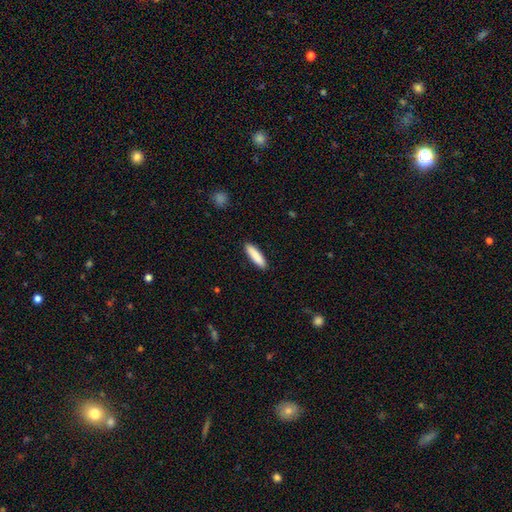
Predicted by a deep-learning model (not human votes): smooth 88%, featured or disk 7%, star or artifact 6%. Down the decision tree: how rounded — cigar-shaped (71%); merging — none (90%).